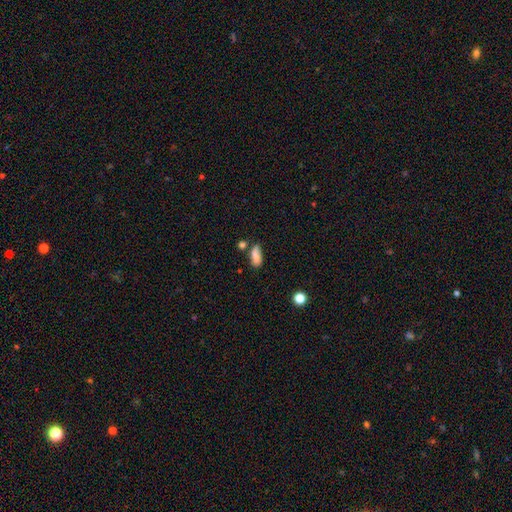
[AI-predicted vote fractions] smooth 78%, featured or disk 13%, star or artifact 9%. Down the decision tree: how rounded — in between (78%); merging — none (55%).